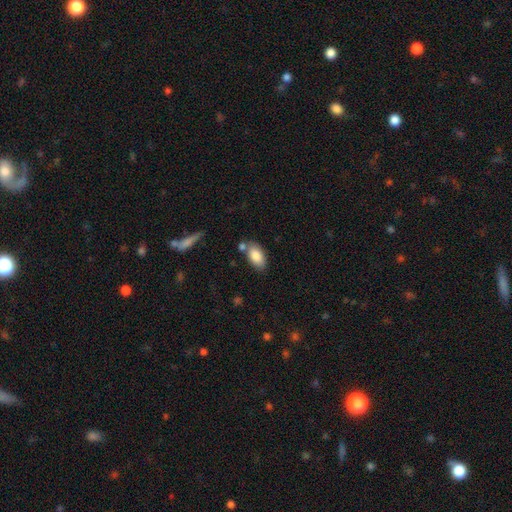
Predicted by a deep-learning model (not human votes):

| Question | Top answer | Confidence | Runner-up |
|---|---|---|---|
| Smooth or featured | smooth | 85% | featured or disk (8%) |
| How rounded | in between | 93% | round (4%) |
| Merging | none | 69% | minor disturbance (15%) |